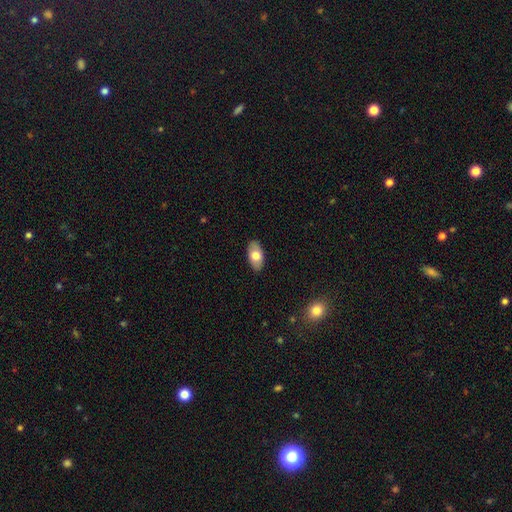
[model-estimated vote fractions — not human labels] smooth 72%, featured or disk 21%, star or artifact 6%. Down the decision tree: how rounded — in between (94%); merging — none (87%).